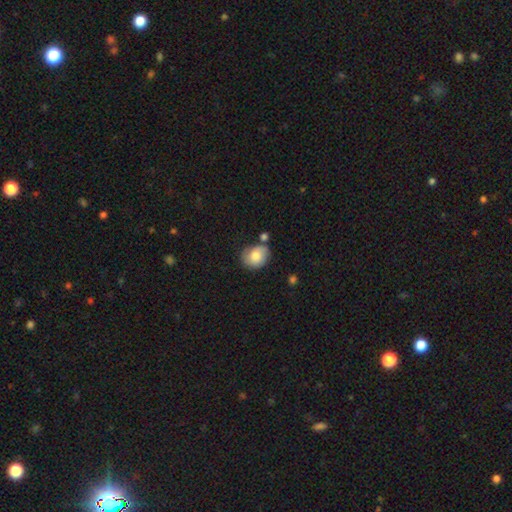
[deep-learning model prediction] A smooth galaxy with no disk features (74%) that is round (53%).

Vote fractions:
- Smooth or featured? smooth: 74% / featured or disk: 18% / star or artifact: 8%
- How rounded? round: 53% / in between: 46% / cigar-shaped: 1%
- Merging? none: 62% / minor disturbance: 22% / merger: 11% / major disturbance: 5%